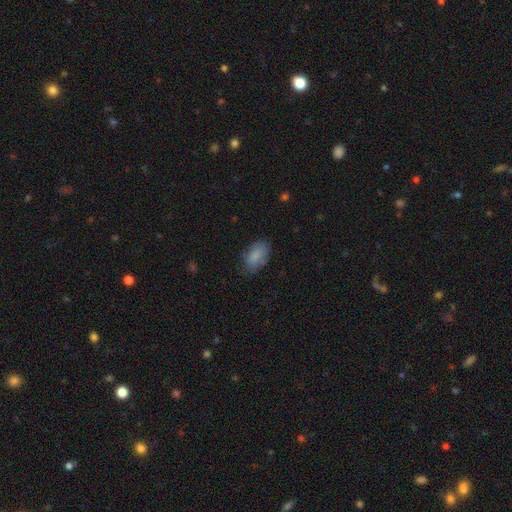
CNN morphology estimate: The model was most divided on "merging": none: 73%, minor disturbance: 21%, major disturbance: 5%, merger: 1%. More confident: how rounded — in between (92%); smooth or featured — smooth (85%).